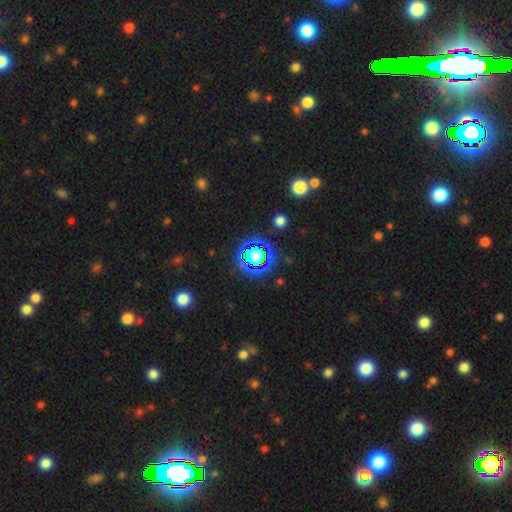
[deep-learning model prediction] smooth-or-featured: star or artifact: 71% | smooth: 18% | featured or disk: 11%